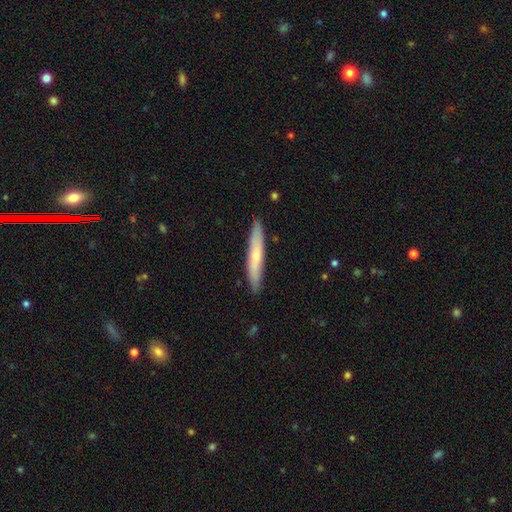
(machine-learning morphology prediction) smooth_or_featured: smooth (p=0.59) [alt: featured or disk p=0.35]
how_rounded: cigar-shaped (p=0.93) [alt: in between p=0.06]
merging: none (p=0.89) [alt: minor disturbance p=0.09]